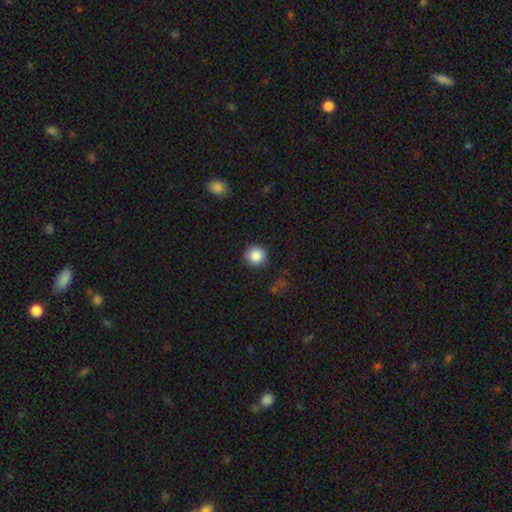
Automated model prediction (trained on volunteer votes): Morphology: type=smooth (87%); roundness=round (94%); merging=none (89%).